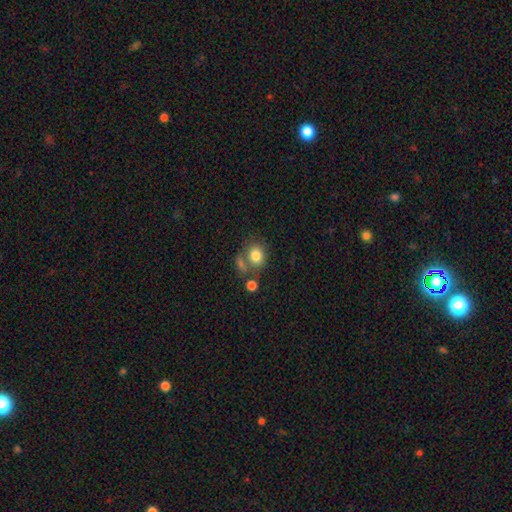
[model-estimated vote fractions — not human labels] This appears to be a smooth galaxy with no disk features (80%) that is round (68%). Merging: none (52%).